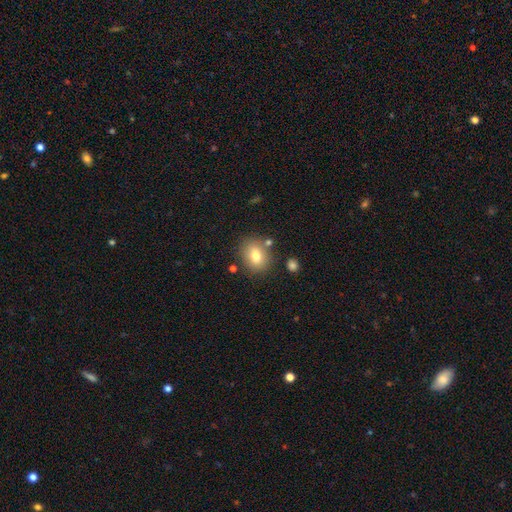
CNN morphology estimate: smooth_or_featured: smooth (p=0.77) [alt: featured or disk p=0.14]
how_rounded: in between (p=0.54) [alt: round p=0.45]
merging: none (p=0.78) [alt: minor disturbance p=0.12]